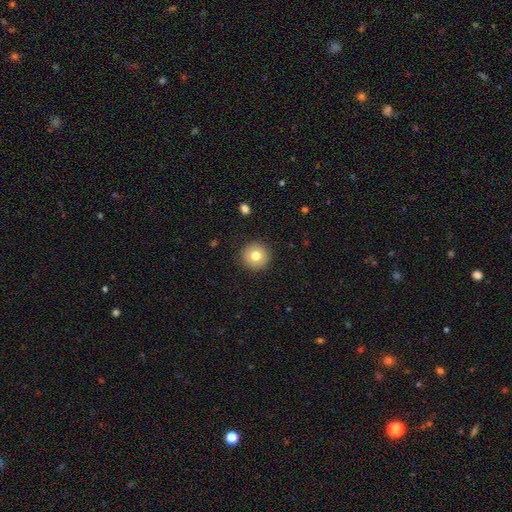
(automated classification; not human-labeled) smooth 76%, featured or disk 14%, star or artifact 10%. Down the decision tree: how rounded — round (95%); merging — none (92%).